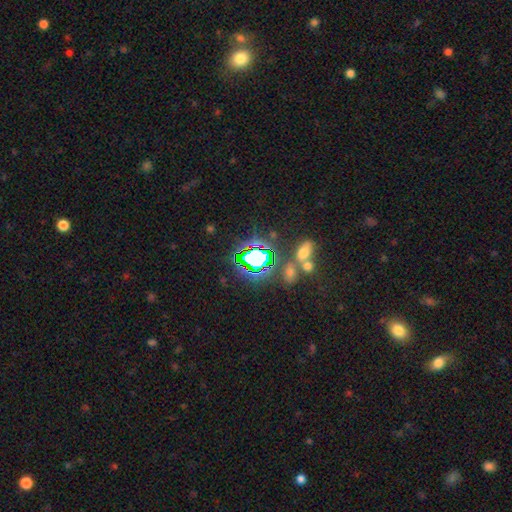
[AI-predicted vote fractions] A star or artifact, not a galaxy (63%).

Vote fractions:
- Smooth or featured? star or artifact: 63% / smooth: 24% / featured or disk: 13%